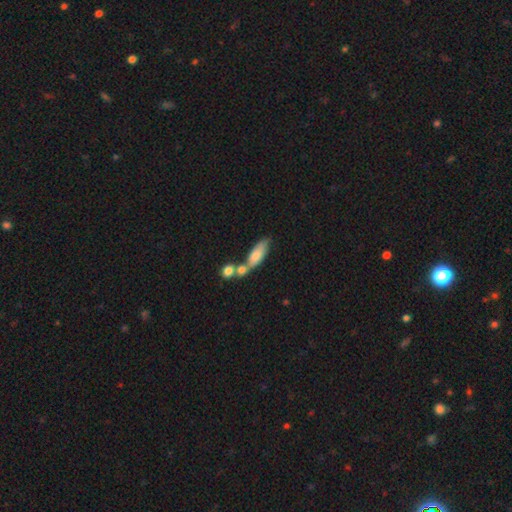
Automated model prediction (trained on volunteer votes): Morphology: type=smooth (72%); roundness=in between (61%); merging=merger (47%).